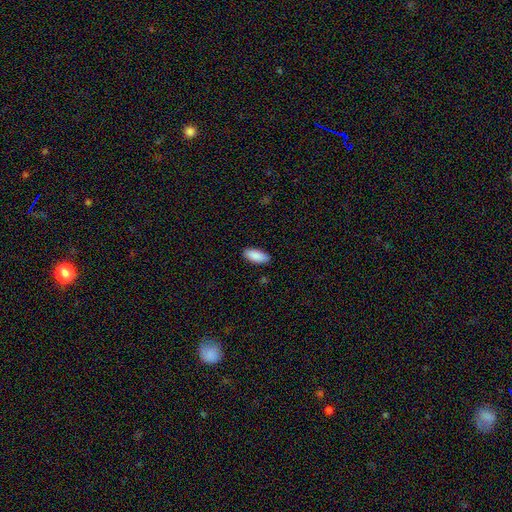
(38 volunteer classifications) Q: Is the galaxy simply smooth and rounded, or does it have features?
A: smooth — 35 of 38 (92%).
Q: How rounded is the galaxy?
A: in between — 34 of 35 (97%).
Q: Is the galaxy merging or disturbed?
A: none — 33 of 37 (89%).